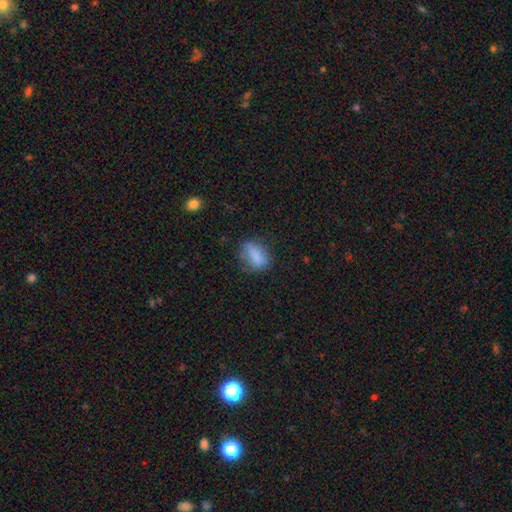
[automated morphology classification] Smooth or featured?
  - smooth: 77% *
  - featured or disk: 13%
  - star or artifact: 10%
How rounded?
  - in between: 80% *
  - round: 11%
  - cigar-shaped: 8%
Merging?
  - none: 58% *
  - minor disturbance: 27%
  - major disturbance: 13%
  - merger: 3%